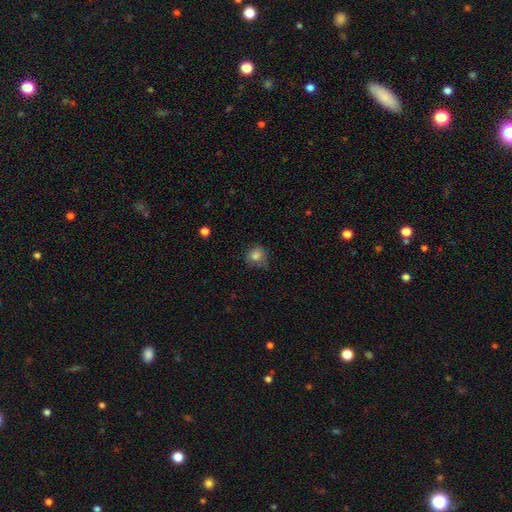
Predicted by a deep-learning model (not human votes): Morphology: type=smooth (83%); roundness=round (85%); merging=none (70%).